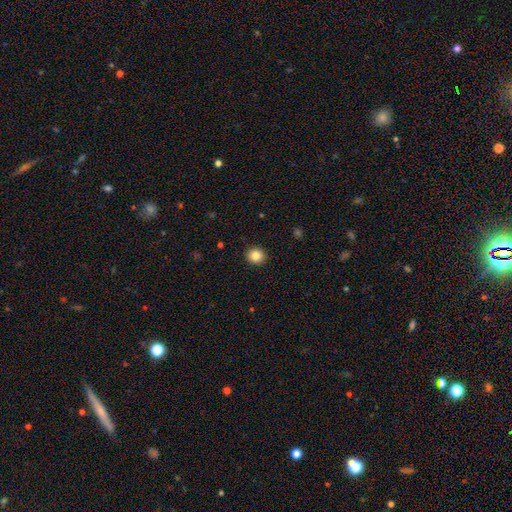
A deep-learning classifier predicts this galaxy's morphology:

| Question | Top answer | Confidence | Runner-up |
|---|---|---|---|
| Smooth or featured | smooth | 84% | star or artifact (10%) |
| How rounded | round | 85% | in between (14%) |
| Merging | none | 93% | minor disturbance (5%) |